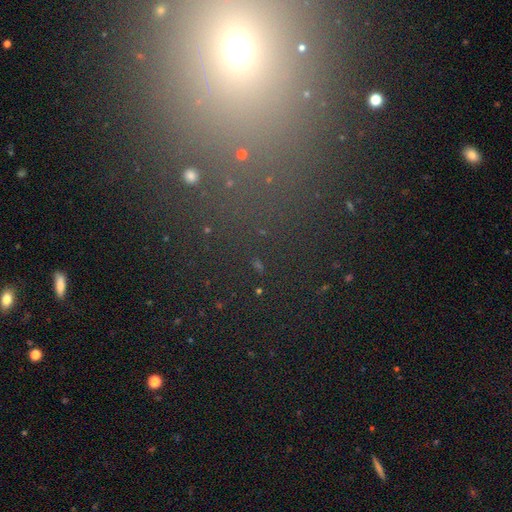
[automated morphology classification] Overall: star or artifact (56%; smooth 34%).